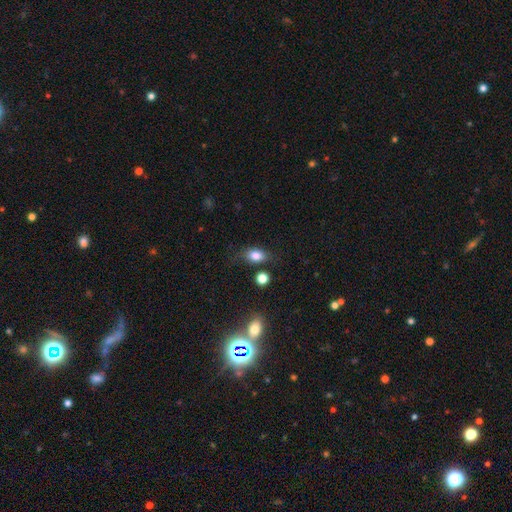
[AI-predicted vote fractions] smooth-or-featured: smooth: 82% | star or artifact: 10% | featured or disk: 7%
  how-rounded: in between: 80% | round: 17% | cigar-shaped: 3%
  merging: none: 71% | minor disturbance: 18% | major disturbance: 6% | merger: 6%